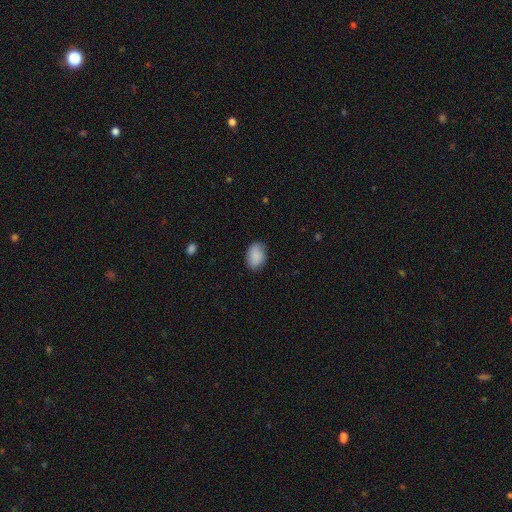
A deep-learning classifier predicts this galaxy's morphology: This appears to be a smooth galaxy with no disk features (87%) that is in between round and cigar-shaped (80%). Merging: none (82%).